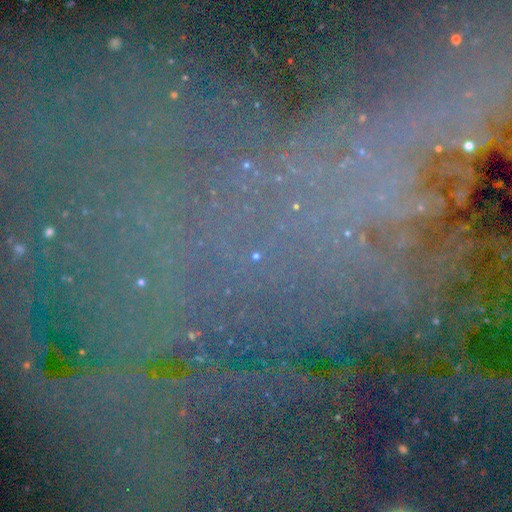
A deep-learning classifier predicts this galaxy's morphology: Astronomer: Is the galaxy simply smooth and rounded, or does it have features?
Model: star or artifact — 78%.